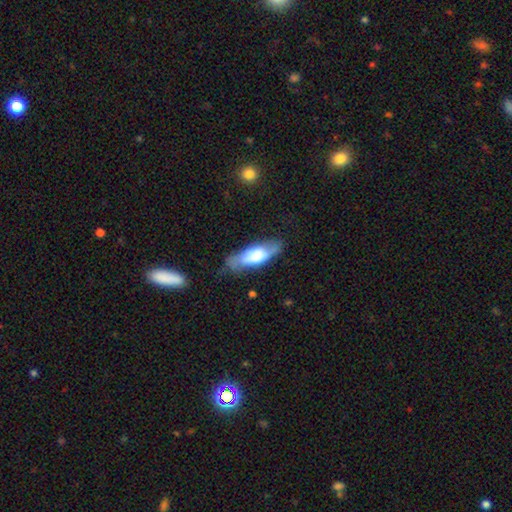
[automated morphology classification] A smooth galaxy with no disk features (61%) that is in between round and cigar-shaped (58%). Merging: none (64%).